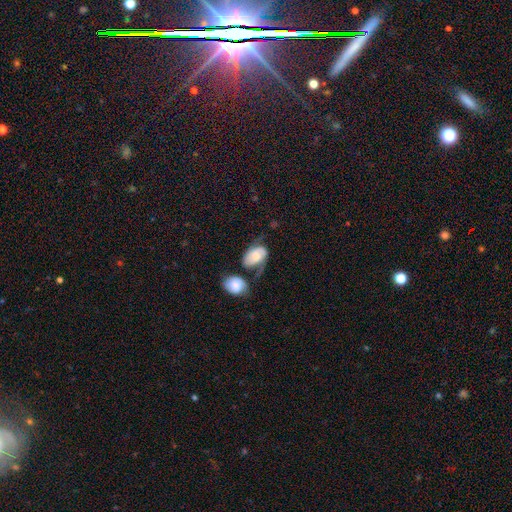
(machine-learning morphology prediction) Overall: smooth (49%; featured or disk 43%). Merging: none (29%; merger 25%).